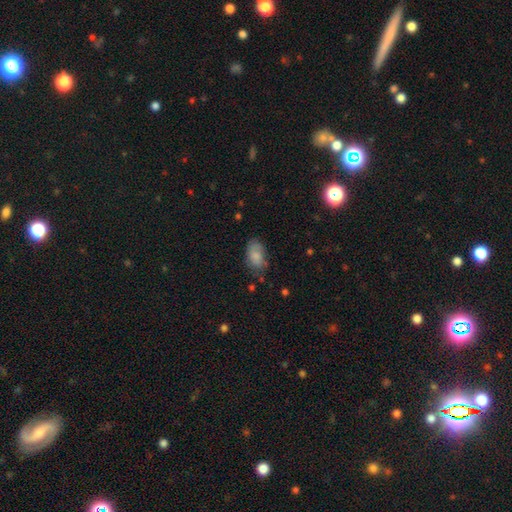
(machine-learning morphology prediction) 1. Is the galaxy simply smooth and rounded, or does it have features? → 82% smooth, 11% featured or disk, 7% star or artifact.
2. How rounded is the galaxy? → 92% in between, 6% round, 2% cigar-shaped.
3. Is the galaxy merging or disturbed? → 65% none, 25% minor disturbance, 7% major disturbance, 2% merger.